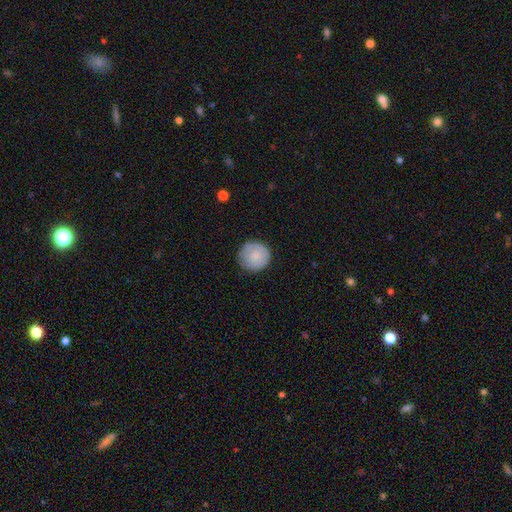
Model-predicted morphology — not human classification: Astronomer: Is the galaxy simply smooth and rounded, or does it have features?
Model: smooth — 78%.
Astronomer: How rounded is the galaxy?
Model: round — 94%.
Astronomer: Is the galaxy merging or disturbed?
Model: none — 84%.